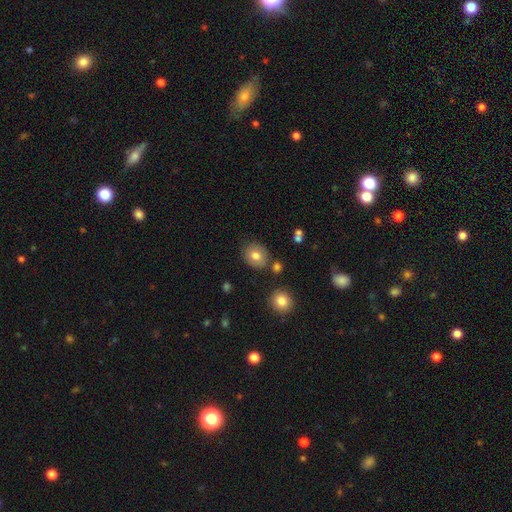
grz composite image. It shows a smooth galaxy with no disk features (73%) that is round (74%). Merging: none (68%).